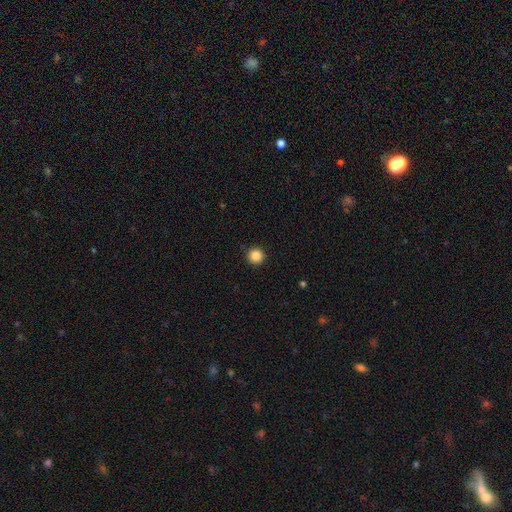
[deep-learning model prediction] This appears to be a smooth galaxy with no disk features (87%) that is round (96%). Merging: none (92%).